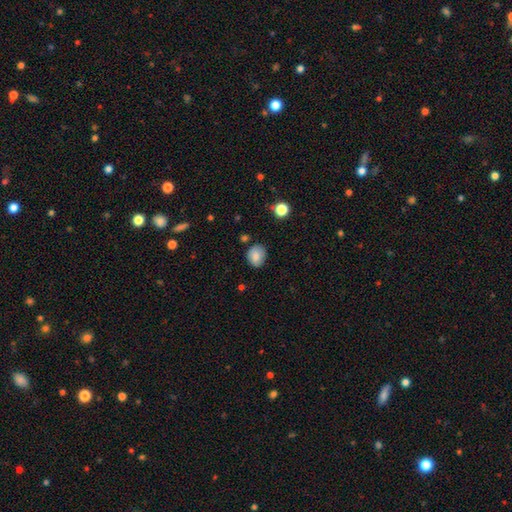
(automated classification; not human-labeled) A smooth galaxy with no disk features (82%) that is round (59%). Merging: none (74%).